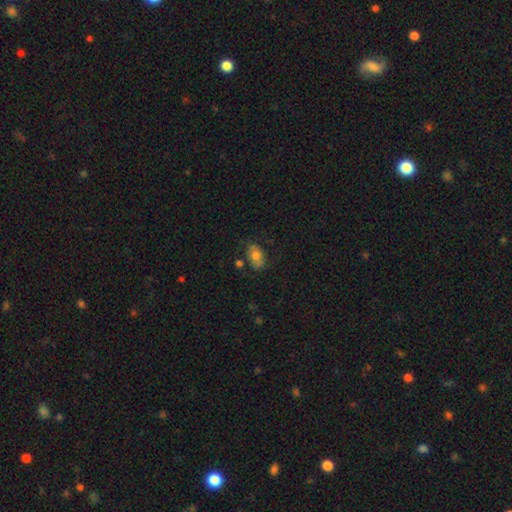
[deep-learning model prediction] The model was most divided on "merging": none: 64%, minor disturbance: 23%, major disturbance: 8%, merger: 6%. More confident: how rounded — in between (85%); smooth or featured — smooth (71%).